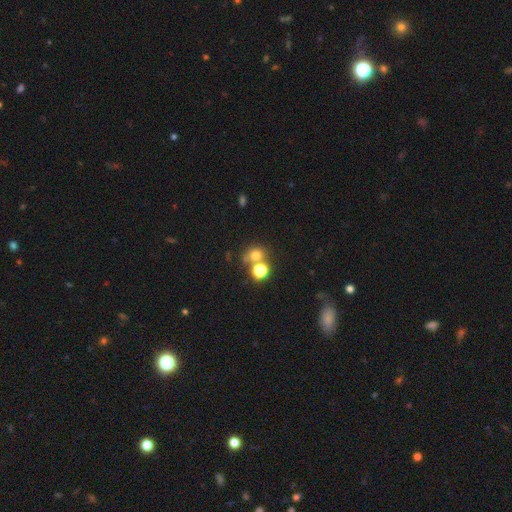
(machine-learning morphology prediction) Q: Smooth or featured?
A: smooth (70%); runner-up: star or artifact (20%)
Q: How rounded?
A: round (78%); runner-up: in between (21%)
Q: Merging?
A: none (54%); runner-up: merger (32%)